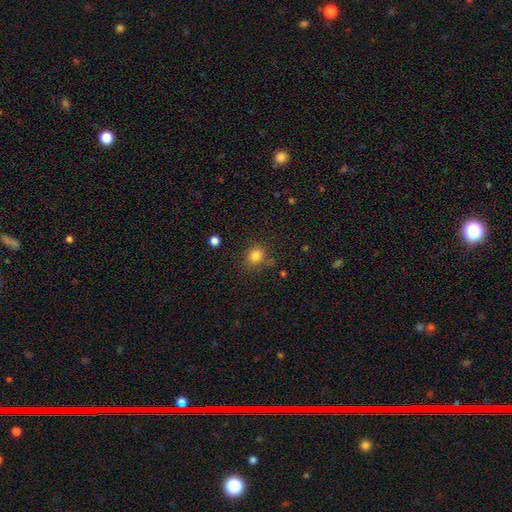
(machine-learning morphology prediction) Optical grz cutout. It shows a smooth galaxy with no disk features (82%) that is round (79%). Merging: none (79%).